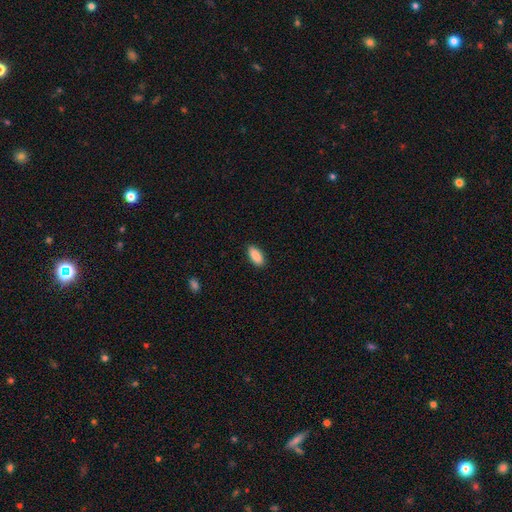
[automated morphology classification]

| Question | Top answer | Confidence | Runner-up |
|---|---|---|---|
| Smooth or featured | smooth | 90% | star or artifact (6%) |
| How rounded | in between | 87% | cigar-shaped (11%) |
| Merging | none | 88% | minor disturbance (9%) |